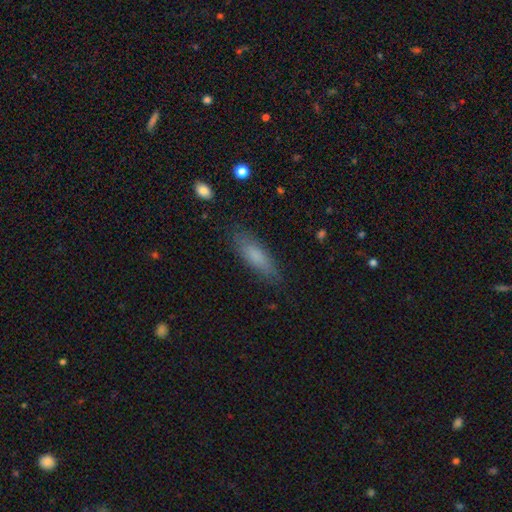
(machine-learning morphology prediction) Smooth or featured? Predicted: smooth (p=0.77). How rounded? Predicted: cigar-shaped (p=0.55). Merging? Predicted: none (p=0.82).